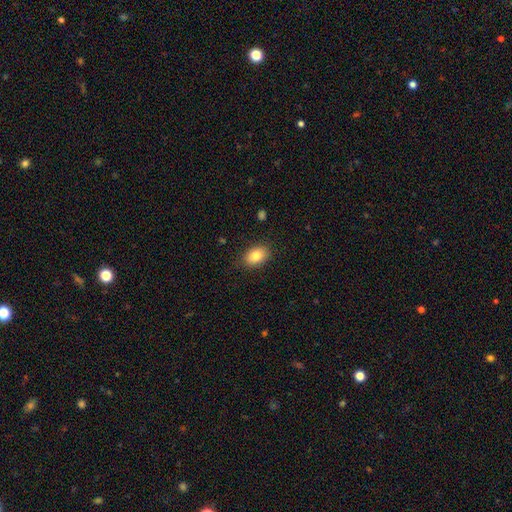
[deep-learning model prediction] Smooth or featured? smooth (83%)
How rounded? in between (82%)
Merging? none (86%)